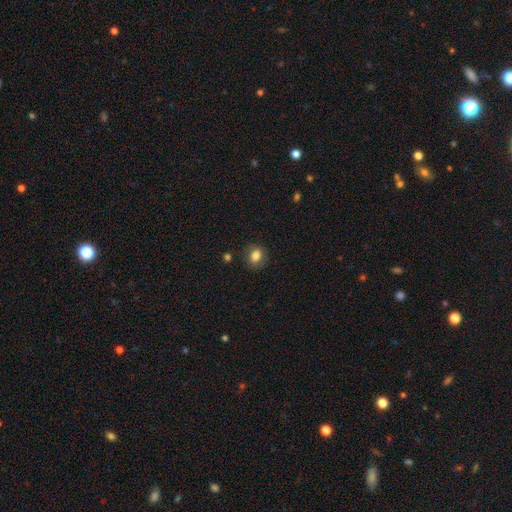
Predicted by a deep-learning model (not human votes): This appears to be a smooth galaxy with no disk features (80%) that is round (59%). Merging: none (83%).